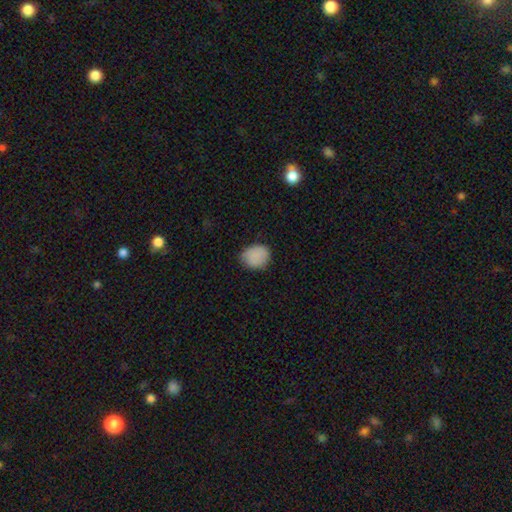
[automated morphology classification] Smooth or featured? Predicted: smooth (p=0.87). How rounded? Predicted: round (p=0.64). Merging? Predicted: none (p=0.74).